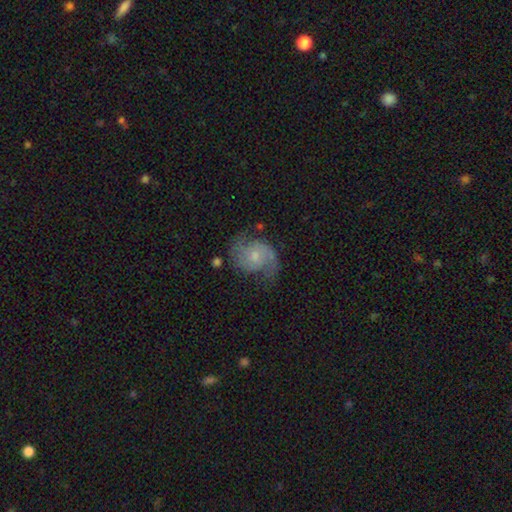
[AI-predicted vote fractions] A featured or disk galaxy (76%) with no bar (68%), 2 (84%) medium (48%) spiral arms (93%) and a small central bulge (51%). Merging: none (63%).